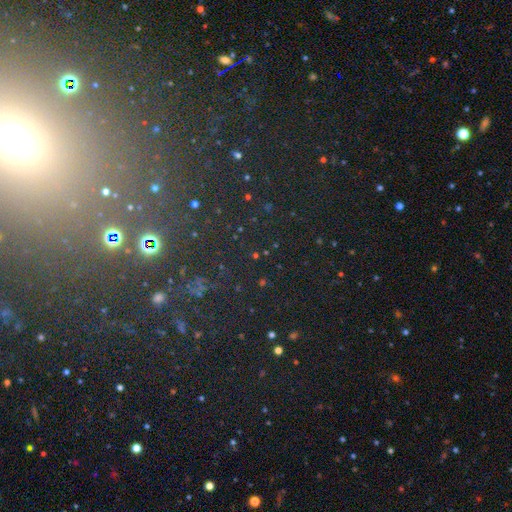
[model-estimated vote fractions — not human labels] Overall: star or artifact (75%).